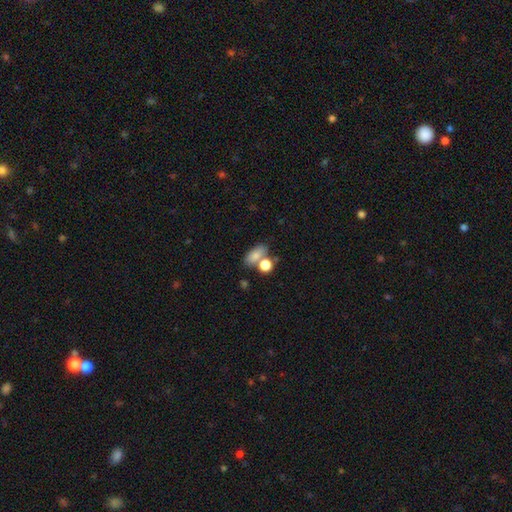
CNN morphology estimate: smooth-or-featured: smooth: 78% | featured or disk: 11% | star or artifact: 11%
  how-rounded: in between: 76% | round: 19% | cigar-shaped: 5%
  merging: none: 50% | merger: 33% | minor disturbance: 12% | major disturbance: 5%